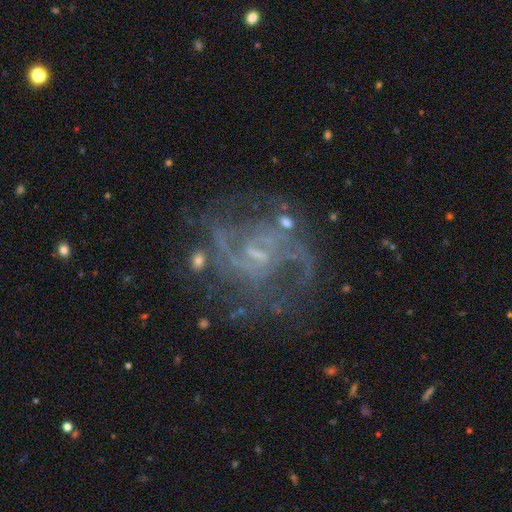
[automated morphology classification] This appears to be a featured or disk galaxy (86%) with a weak bar (56%), 2 (49%) medium (50%) spiral arms (92%) and a small central bulge (53%). Merging: none (61%).